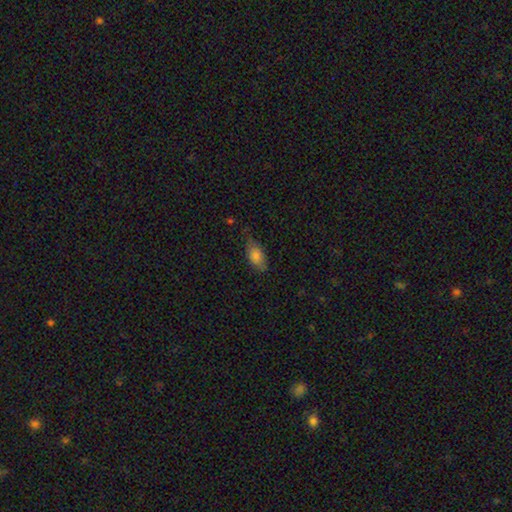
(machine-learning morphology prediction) A smooth galaxy with no disk features (80%) that is in between round and cigar-shaped (89%). Merging: none (60%).